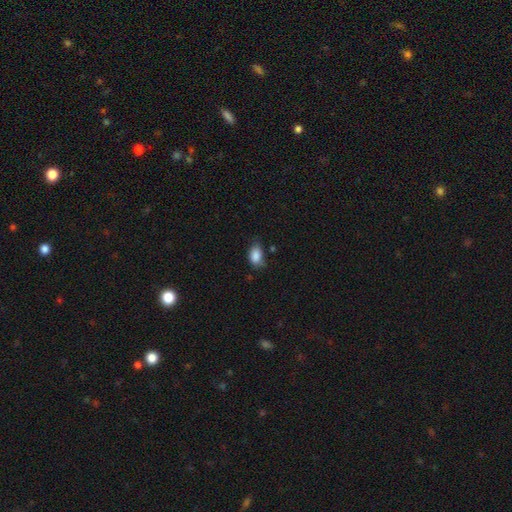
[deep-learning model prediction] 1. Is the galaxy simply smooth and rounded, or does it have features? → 87% smooth, 8% star or artifact, 5% featured or disk.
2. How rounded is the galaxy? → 85% in between, 13% round, 2% cigar-shaped.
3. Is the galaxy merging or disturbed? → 61% none, 30% minor disturbance, 6% major disturbance, 2% merger.